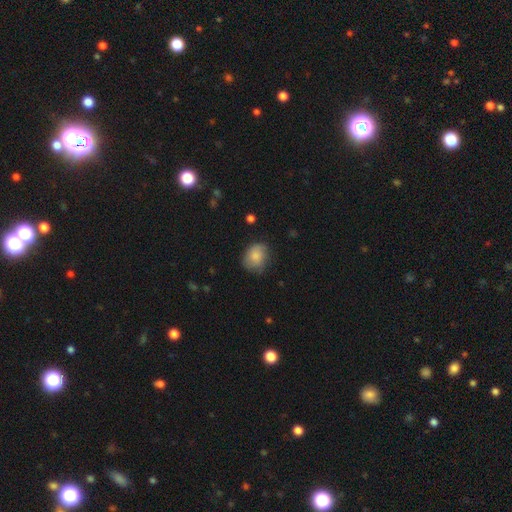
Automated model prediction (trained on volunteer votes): smooth 81%, featured or disk 12%, star or artifact 7%. Down the decision tree: how rounded — round (54%); merging — none (67%).